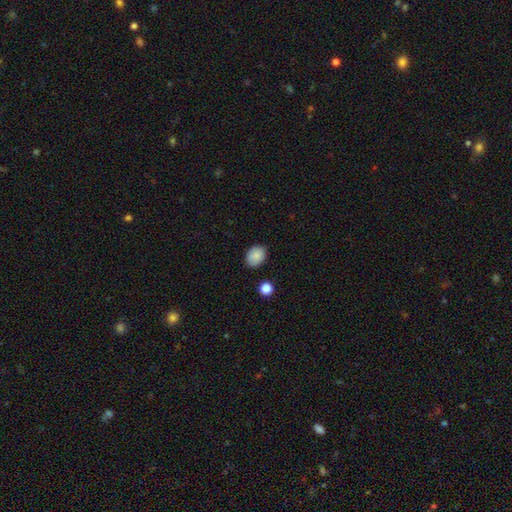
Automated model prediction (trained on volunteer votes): Smooth or featured? Predicted: smooth (p=0.86). How rounded? Predicted: in between (p=0.63). Merging? Predicted: none (p=0.84).